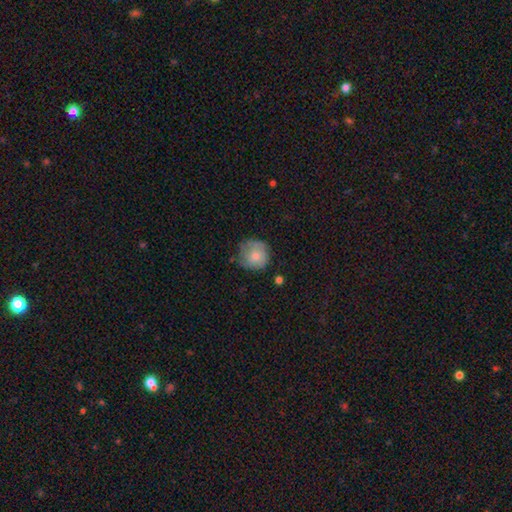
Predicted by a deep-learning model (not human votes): A smooth galaxy with no disk features (71%) that is round (91%). Merging: none (66%).